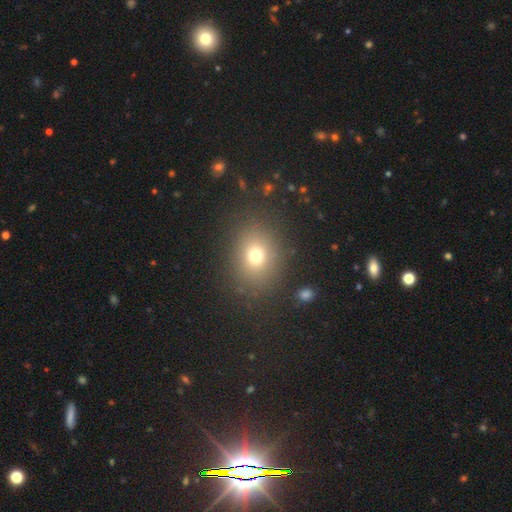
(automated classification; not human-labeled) Q: Smooth or featured?
A: smooth (72%); runner-up: star or artifact (17%)
Q: How rounded?
A: round (56%); runner-up: in between (43%)
Q: Merging?
A: none (84%); runner-up: minor disturbance (9%)